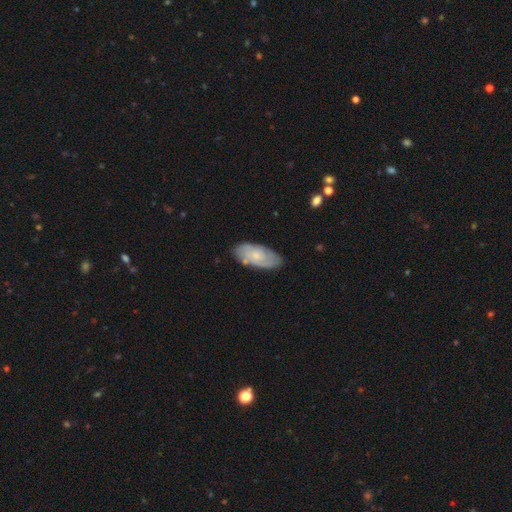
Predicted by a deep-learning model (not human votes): featured or disk 53%, smooth 41%, star or artifact 6%. Down the decision tree: edge-on disk — no (92%); merging — none (79%).